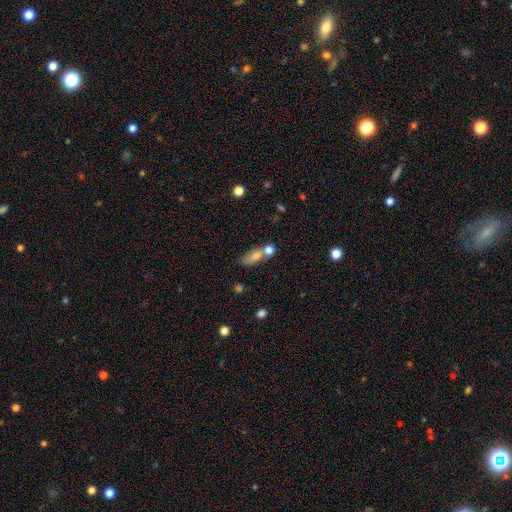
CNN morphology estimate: smooth-or-featured: smooth: 74% | featured or disk: 16% | star or artifact: 10%
  how-rounded: in between: 73% | cigar-shaped: 18% | round: 9%
  merging: none: 43% | merger: 31% | minor disturbance: 17% | major disturbance: 9%